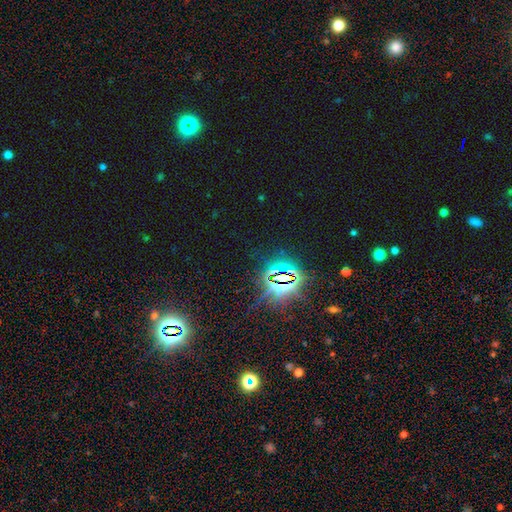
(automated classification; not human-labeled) Q: Smooth or featured?
A: star or artifact (83%); runner-up: smooth (10%)